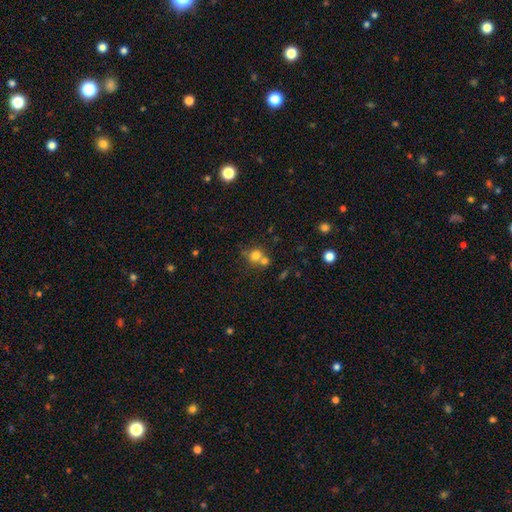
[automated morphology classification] smooth 73%, star or artifact 14%, featured or disk 13%. Down the decision tree: how rounded — round (82%); merging — merger (45%).